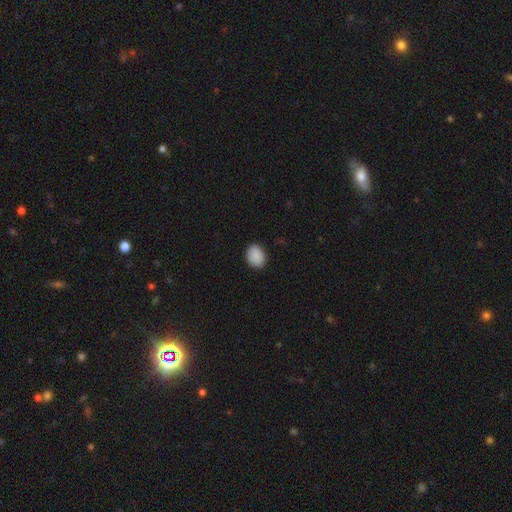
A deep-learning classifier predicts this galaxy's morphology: Smooth or featured? smooth (90%)
How rounded? in between (63%)
Merging? none (86%)